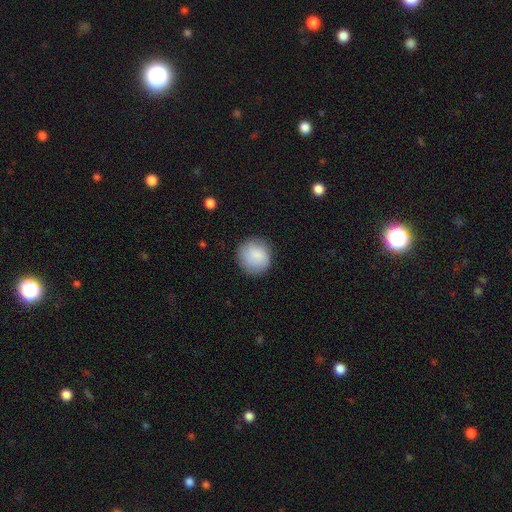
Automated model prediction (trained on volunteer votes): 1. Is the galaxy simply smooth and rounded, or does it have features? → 86% smooth, 7% featured or disk, 7% star or artifact.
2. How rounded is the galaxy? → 88% round, 11% in between, 1% cigar-shaped.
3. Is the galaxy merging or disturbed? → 83% none, 12% minor disturbance, 3% major disturbance, 1% merger.